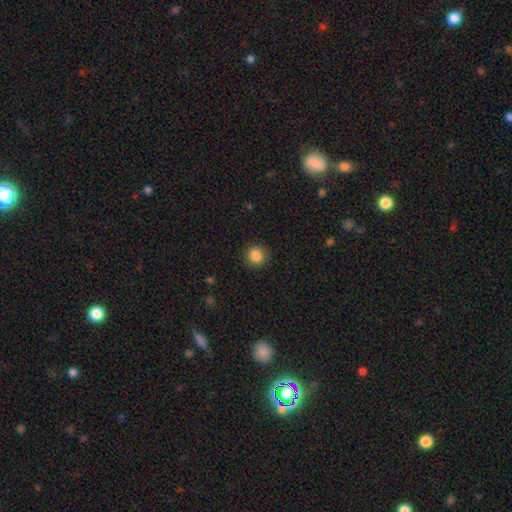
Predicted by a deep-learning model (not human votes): Smooth or featured? Predicted: smooth (p=0.86). How rounded? Predicted: round (p=0.93). Merging? Predicted: none (p=0.90).